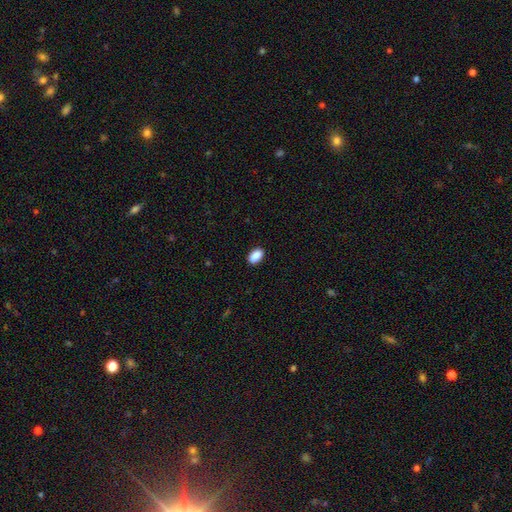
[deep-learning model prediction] A smooth galaxy with no disk features (90%) that is in between round and cigar-shaped (93%). Merging: none (89%).